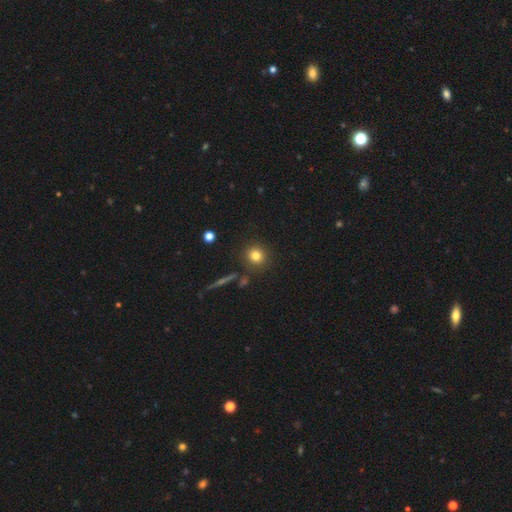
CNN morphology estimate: Smooth or featured? smooth (80%)
How rounded? round (90%)
Merging? none (86%)